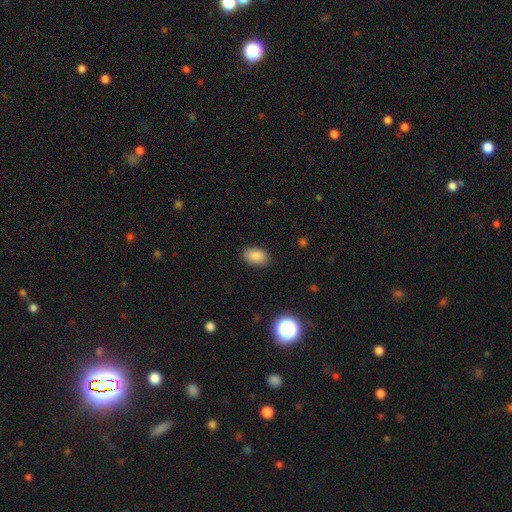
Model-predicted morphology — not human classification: type=smooth (87%); roundness=in between (90%); merging=none (87%).